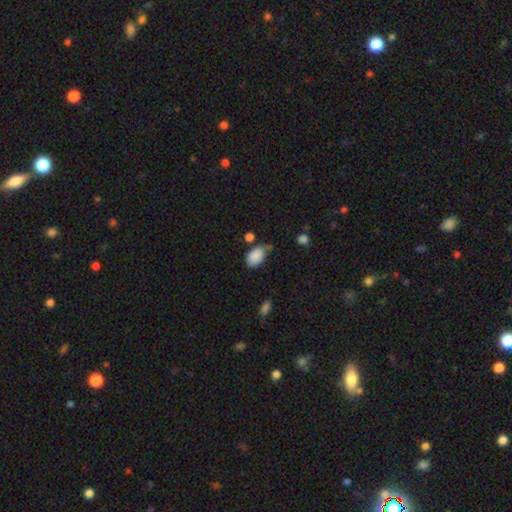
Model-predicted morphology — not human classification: Q: Smooth or featured?
A: smooth (87%); runner-up: star or artifact (8%)
Q: How rounded?
A: in between (88%); runner-up: round (11%)
Q: Merging?
A: none (51%); runner-up: minor disturbance (31%)